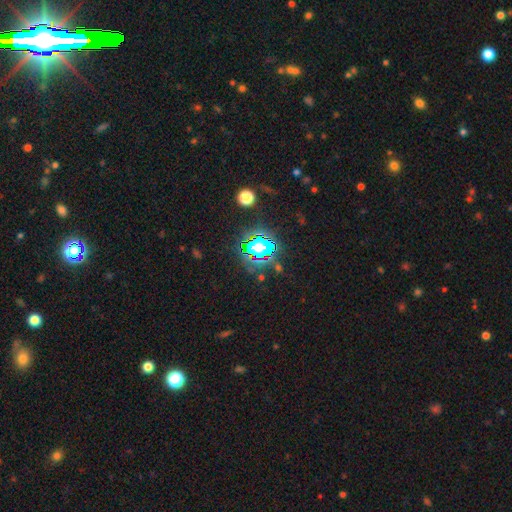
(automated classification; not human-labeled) Overall: star or artifact (81%).